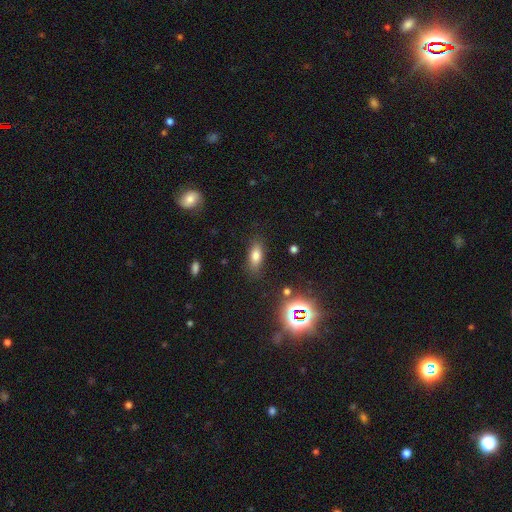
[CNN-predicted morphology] A smooth galaxy with no disk features (73%) that is in between round and cigar-shaped (77%).

Vote fractions:
- Smooth or featured? smooth: 73% / star or artifact: 15% / featured or disk: 12%
- How rounded? in between: 77% / cigar-shaped: 16% / round: 6%
- Merging? none: 83% / minor disturbance: 11% / major disturbance: 3% / merger: 2%